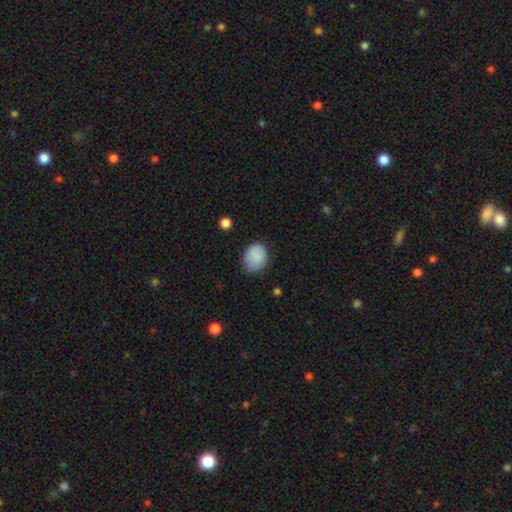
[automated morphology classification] type=smooth (86%); roundness=round (52%); merging=none (74%).